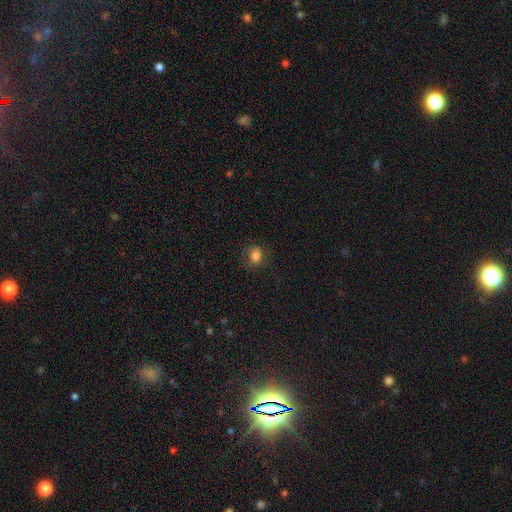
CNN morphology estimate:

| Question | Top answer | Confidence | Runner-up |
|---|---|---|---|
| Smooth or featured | smooth | 80% | star or artifact (11%) |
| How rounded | in between | 57% | round (42%) |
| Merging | none | 78% | minor disturbance (15%) |